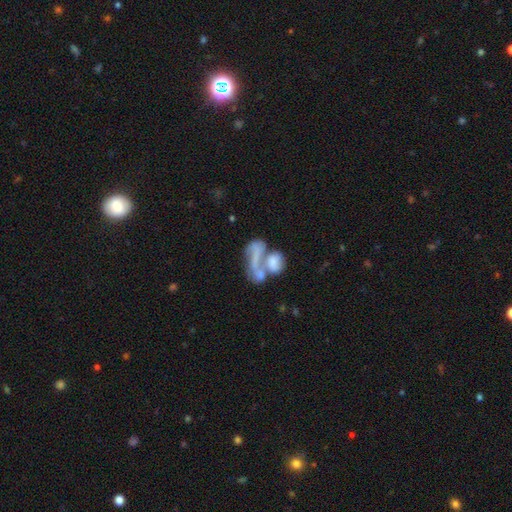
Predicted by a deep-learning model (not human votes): Smooth or featured? featured or disk (45%)
Merging? merger (63%)